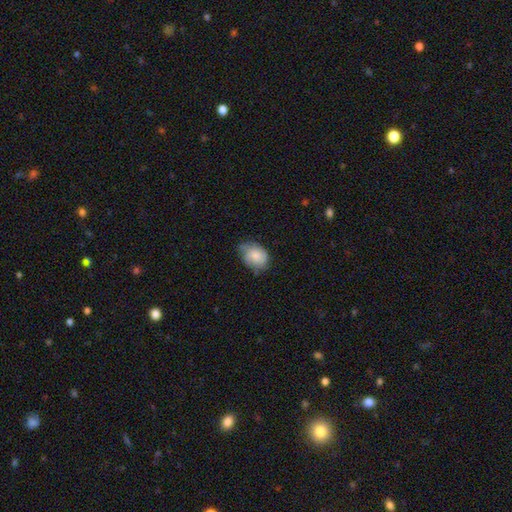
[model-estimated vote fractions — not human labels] smooth-or-featured: smooth: 71% | featured or disk: 22% | star or artifact: 7%
  how-rounded: in between: 67% | round: 32% | cigar-shaped: 1%
  merging: none: 53% | minor disturbance: 37% | major disturbance: 9% | merger: 2%